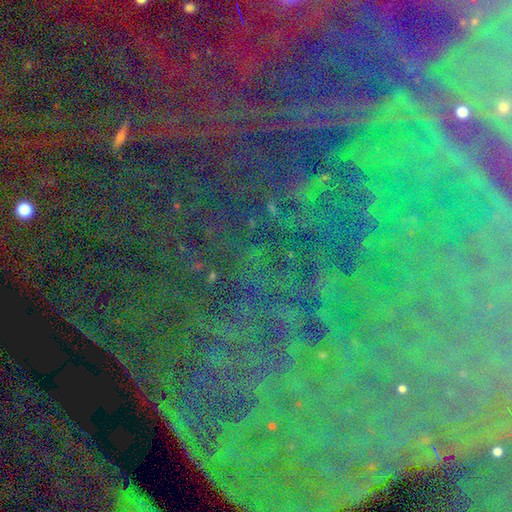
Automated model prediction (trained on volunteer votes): Morphology: type=star or artifact (83%).